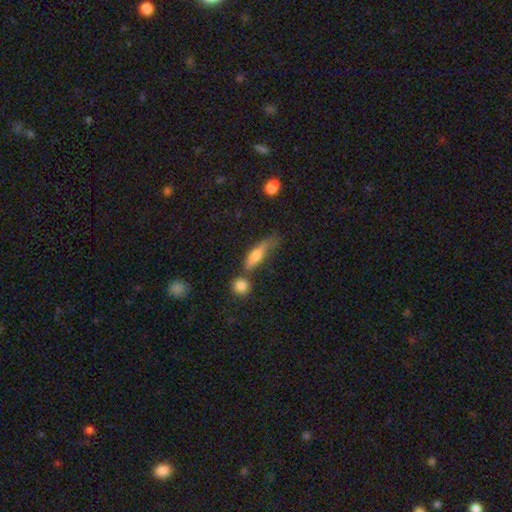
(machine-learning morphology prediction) A smooth galaxy with no disk features (70%) that is cigar-shaped (57%). Merging: none (43%).